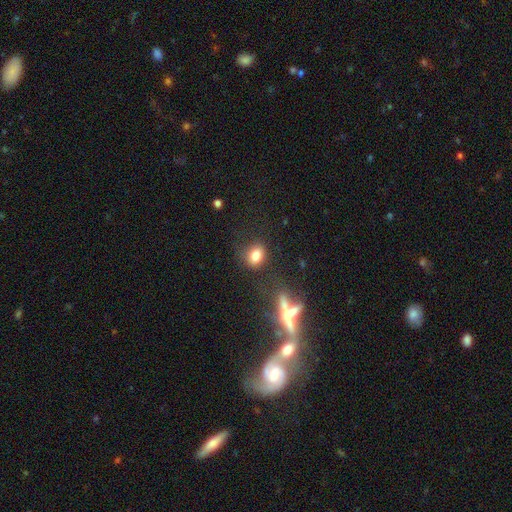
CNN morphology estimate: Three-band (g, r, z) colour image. It shows a smooth galaxy with no disk features (79%) that is round (49%). Merging: none (75%).